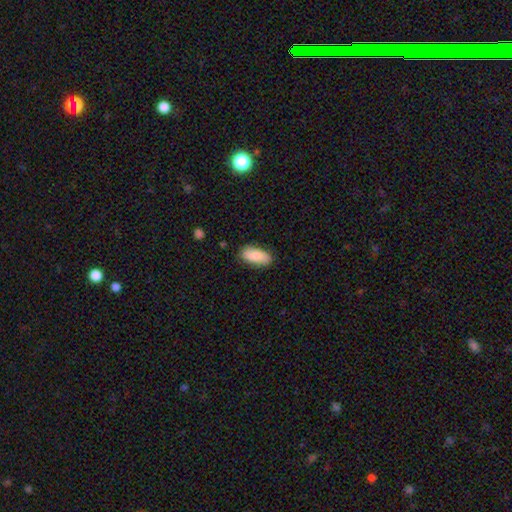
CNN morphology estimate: Smooth or featured? Predicted: smooth (p=0.84). How rounded? Predicted: in between (p=0.87). Merging? Predicted: none (p=0.82).